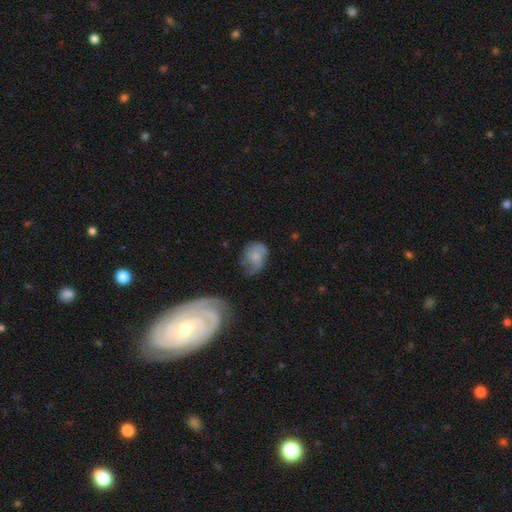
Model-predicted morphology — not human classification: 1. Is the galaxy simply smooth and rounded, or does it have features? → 46% smooth, 45% featured or disk, 8% star or artifact.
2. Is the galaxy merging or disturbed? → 42% none, 33% minor disturbance, 21% major disturbance, 4% merger.